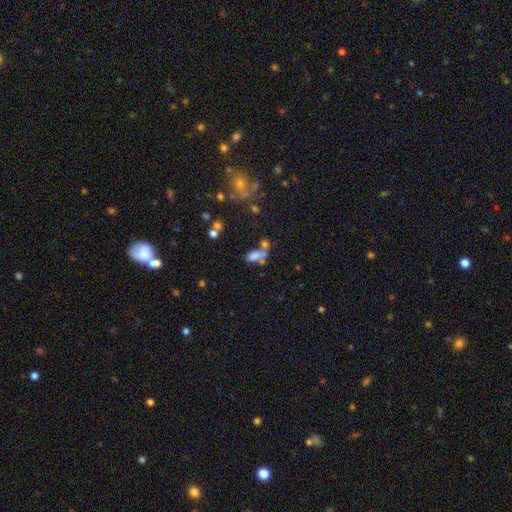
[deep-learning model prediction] smooth-or-featured: smooth: 70% | featured or disk: 17% | star or artifact: 13%
  how-rounded: in between: 81% | cigar-shaped: 13% | round: 6%
  merging: merger: 41% | none: 31% | minor disturbance: 16% | major disturbance: 13%